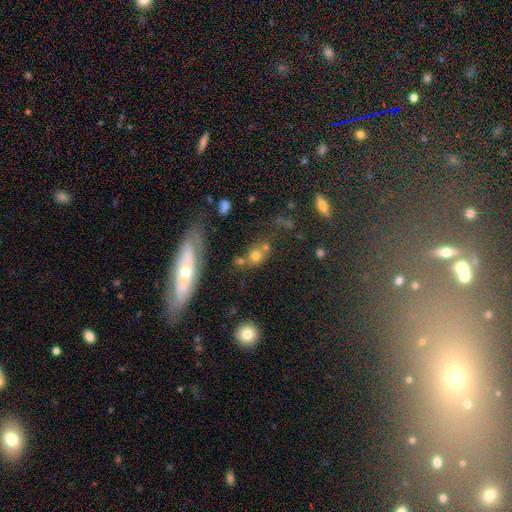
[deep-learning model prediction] Smooth or featured?
  - smooth: 67% *
  - star or artifact: 17%
  - featured or disk: 16%
How rounded?
  - round: 63% *
  - in between: 33%
  - cigar-shaped: 4%
Merging?
  - none: 51% *
  - merger: 27%
  - minor disturbance: 14%
  - major disturbance: 8%